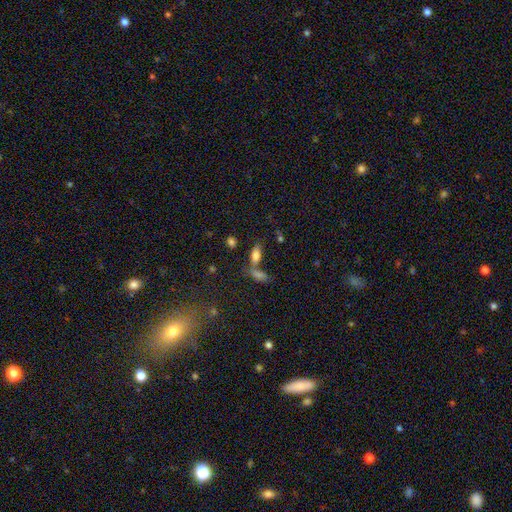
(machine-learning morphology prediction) Overall: smooth (74%). How rounded: in between (78%). Merging: none (50%; merger 33%).